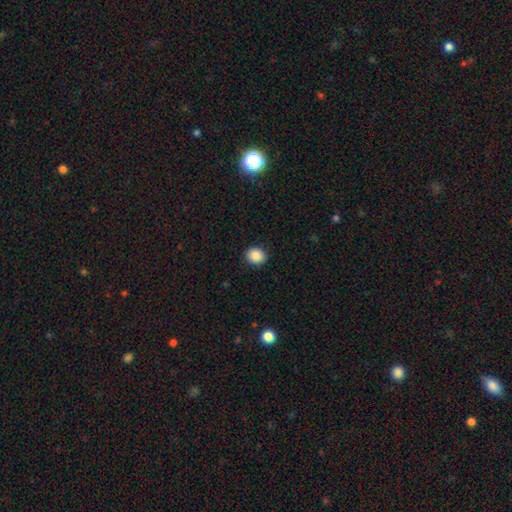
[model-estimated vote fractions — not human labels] smooth_or_featured: smooth (p=0.87) [alt: star or artifact p=0.09]
how_rounded: round (p=0.72) [alt: in between p=0.27]
merging: none (p=0.90) [alt: minor disturbance p=0.07]